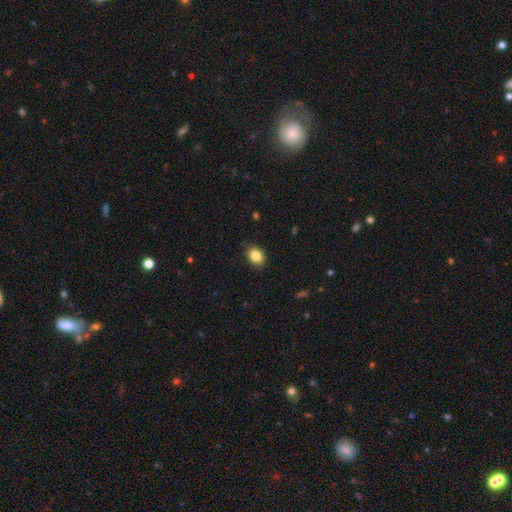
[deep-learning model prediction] A smooth galaxy with no disk features (87%) that is in between round and cigar-shaped (66%). Merging: none (85%).